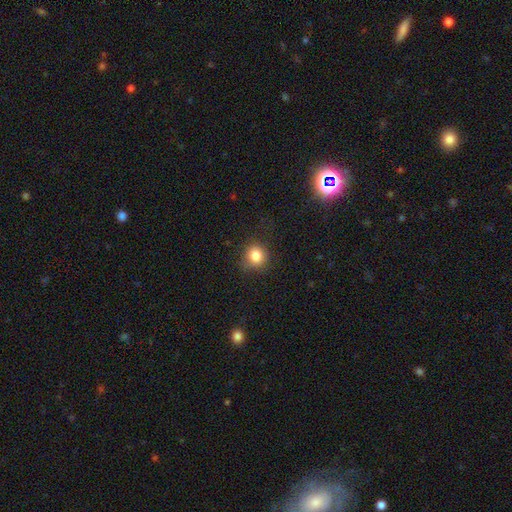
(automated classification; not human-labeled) Overall: smooth (84%). How rounded: round (87%). Merging: none (81%).